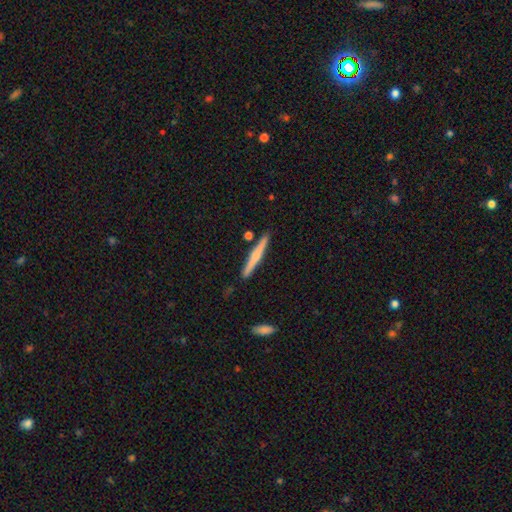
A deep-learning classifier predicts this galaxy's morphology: type=featured or disk (49%); merging=none (88%).